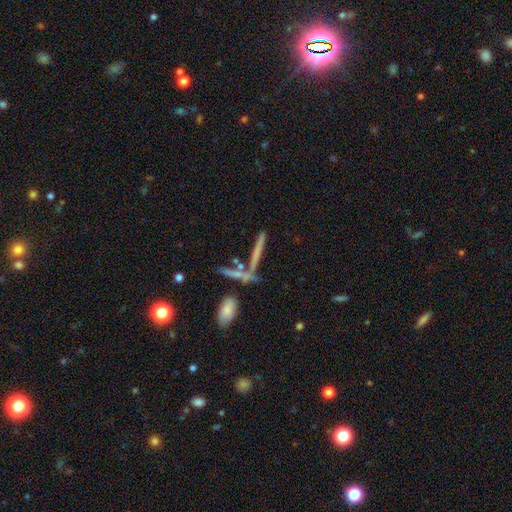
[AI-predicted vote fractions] Morphology: type=featured or disk (42%); merging=none (60%).